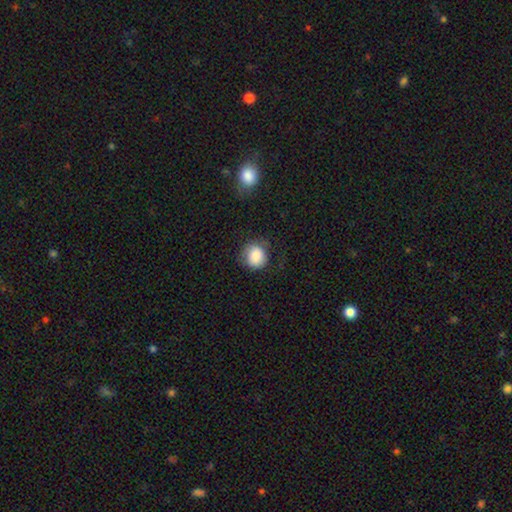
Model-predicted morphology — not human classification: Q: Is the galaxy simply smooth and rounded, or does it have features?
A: smooth — 82%.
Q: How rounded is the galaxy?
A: round — 83%.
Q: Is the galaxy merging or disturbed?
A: none — 68%.